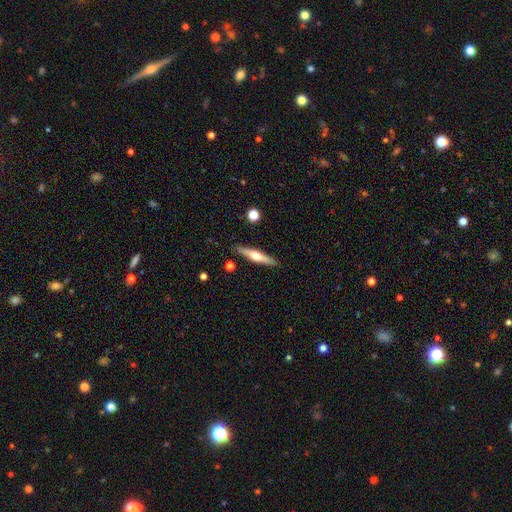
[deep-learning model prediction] featured or disk 59%, smooth 35%, star or artifact 6%. Down the decision tree: edge-on disk — yes (96%); edge-on bulge — rounded (92%); merging — none (90%).